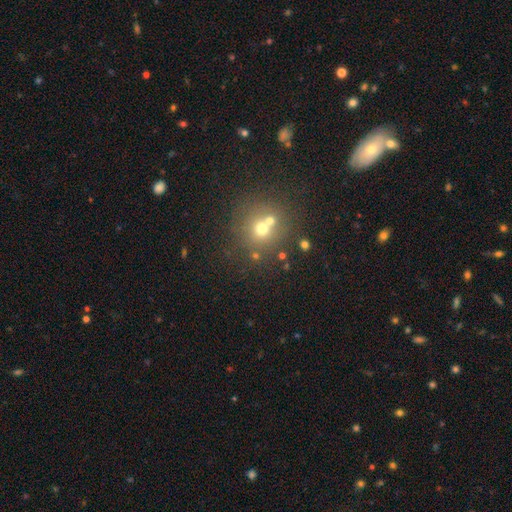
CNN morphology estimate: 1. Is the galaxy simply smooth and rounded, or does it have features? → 58% smooth, 22% star or artifact, 20% featured or disk.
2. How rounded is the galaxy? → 86% round, 13% in between, 1% cigar-shaped.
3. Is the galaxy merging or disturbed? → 52% none, 35% merger, 8% minor disturbance, 4% major disturbance.